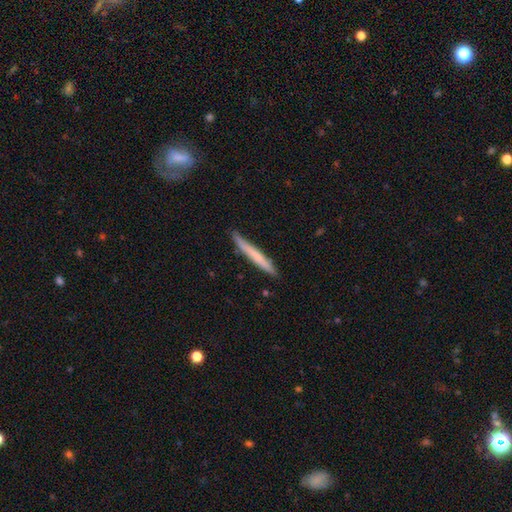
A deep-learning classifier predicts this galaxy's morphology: A smooth galaxy with no disk features (61%) that is cigar-shaped (97%).

Vote fractions:
- Smooth or featured? smooth: 61% / featured or disk: 33% / star or artifact: 5%
- How rounded? cigar-shaped: 97% / in between: 2% / round: 1%
- Merging? none: 88% / minor disturbance: 9% / major disturbance: 2% / merger: 1%